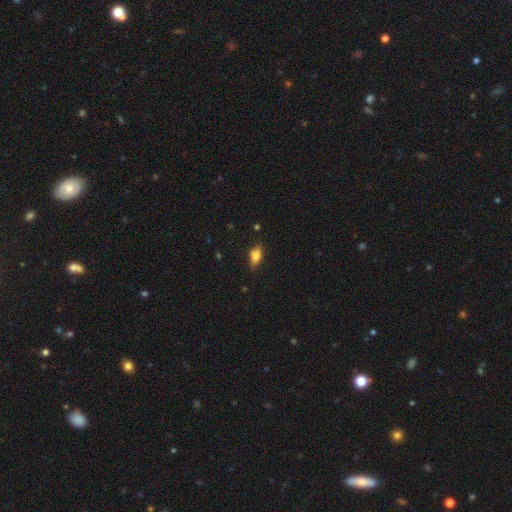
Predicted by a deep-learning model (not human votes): A smooth galaxy with no disk features (74%) that is in between round and cigar-shaped (82%).

Vote fractions:
- Smooth or featured? smooth: 74% / featured or disk: 17% / star or artifact: 8%
- How rounded? in between: 82% / cigar-shaped: 12% / round: 5%
- Merging? none: 79% / minor disturbance: 17% / major disturbance: 3% / merger: 1%